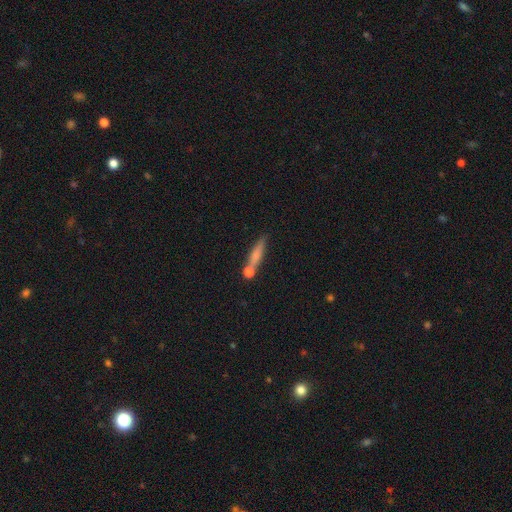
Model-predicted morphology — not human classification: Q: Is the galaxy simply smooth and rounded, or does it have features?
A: smooth — 66%.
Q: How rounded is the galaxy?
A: cigar-shaped — 78%.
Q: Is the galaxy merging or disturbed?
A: none — 57%.